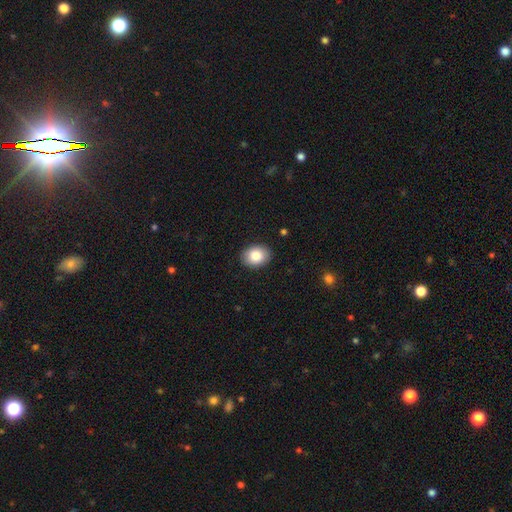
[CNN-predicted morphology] Smooth or featured?
  - smooth: 85% *
  - star or artifact: 8%
  - featured or disk: 8%
How rounded?
  - in between: 60% *
  - round: 39%
  - cigar-shaped: 1%
Merging?
  - none: 89% *
  - minor disturbance: 8%
  - major disturbance: 2%
  - merger: 1%